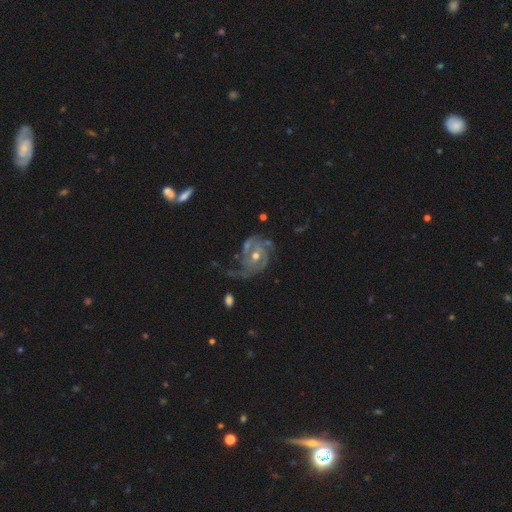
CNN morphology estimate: Smooth or featured?
  - featured or disk: 88% *
  - smooth: 6%
  - star or artifact: 6%
Edge-on disk?
  - no: 98% *
  - yes: 2%
Bar?
  - no: 64% *
  - weak: 27%
  - strong: 9%
Spiral arms?
  - yes: 95% *
  - no: 5%
Spiral winding?
  - tight: 43% *
  - medium: 41%
  - loose: 17%
Spiral arm count?
  - 2: 49% *
  - 3: 20%
  - can't tell: 14%
  - 1: 7%
  - 4: 5%
  - more than 4: 5%
Bulge size?
  - moderate: 68% *
  - small: 27%
  - large: 3%
  - none: 1%
  - dominant: 1%
Merging?
  - none: 47% *
  - minor disturbance: 24%
  - major disturbance: 23%
  - merger: 6%